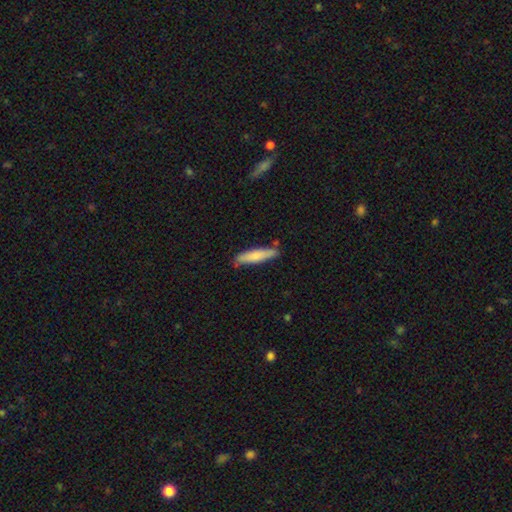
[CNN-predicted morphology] smooth-or-featured: smooth: 74% | featured or disk: 20% | star or artifact: 5%
  how-rounded: cigar-shaped: 83% | in between: 16% | round: 1%
  merging: none: 79% | minor disturbance: 15% | merger: 4% | major disturbance: 2%